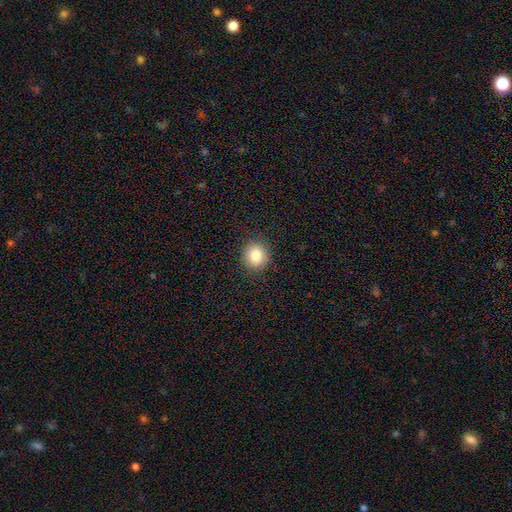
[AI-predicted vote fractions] Smooth or featured: smooth — 83% (star or artifact — 10%)
How rounded: round — 87% (in between — 12%)
Merging: none — 90% (minor disturbance — 7%)